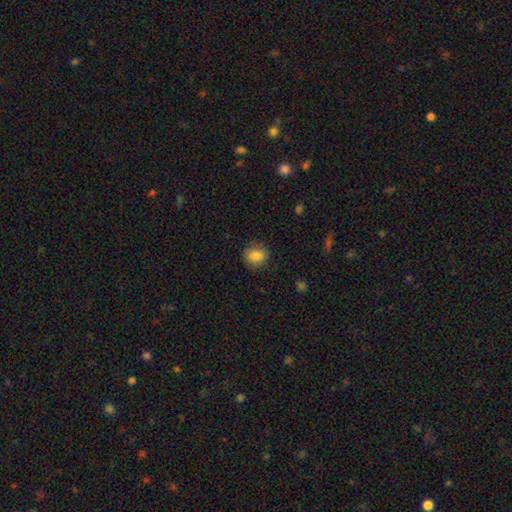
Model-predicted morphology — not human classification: A smooth galaxy with no disk features (84%) that is round (70%). Merging: none (84%).